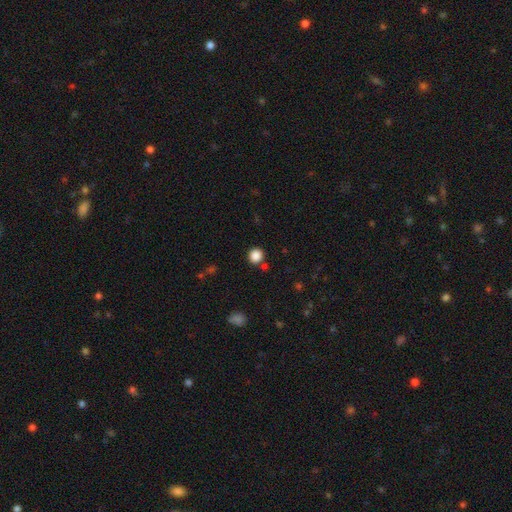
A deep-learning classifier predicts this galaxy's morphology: Smooth or featured? Predicted: smooth (p=0.86). How rounded? Predicted: round (p=0.92). Merging? Predicted: none (p=0.82).